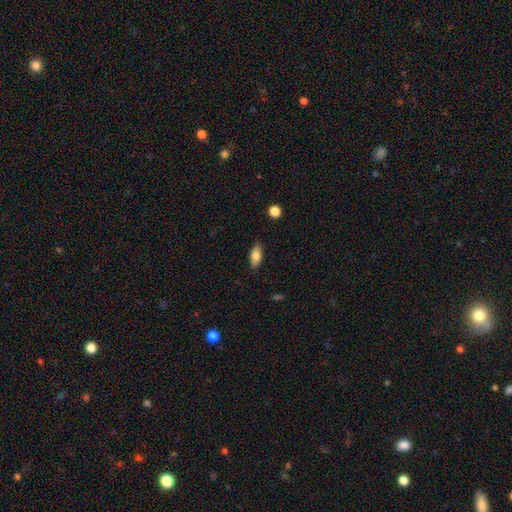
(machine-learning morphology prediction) Smooth or featured?
  - smooth: 73% *
  - featured or disk: 20%
  - star or artifact: 7%
How rounded?
  - in between: 79% *
  - cigar-shaped: 17%
  - round: 3%
Merging?
  - none: 85% *
  - minor disturbance: 11%
  - major disturbance: 2%
  - merger: 1%